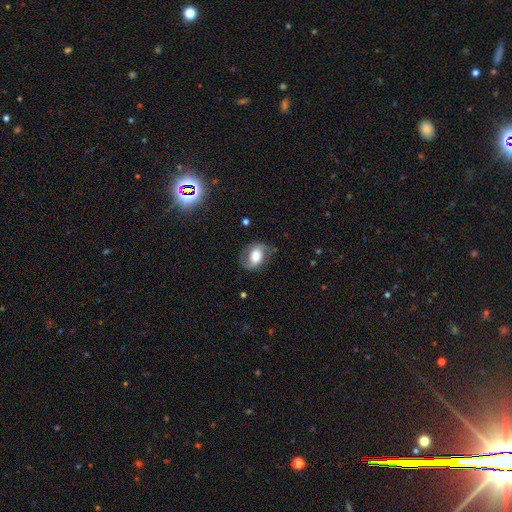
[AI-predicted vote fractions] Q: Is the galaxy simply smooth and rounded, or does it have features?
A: featured or disk — 57%.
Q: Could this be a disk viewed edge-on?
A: no — 96%.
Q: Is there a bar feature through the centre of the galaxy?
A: no — 44%.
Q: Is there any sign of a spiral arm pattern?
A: yes — 81%.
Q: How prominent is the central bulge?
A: moderate — 47%.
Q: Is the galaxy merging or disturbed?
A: none — 71%.